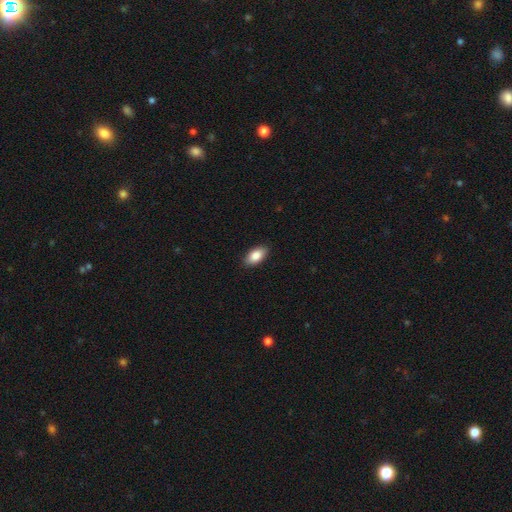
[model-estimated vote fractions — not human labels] Q: Smooth or featured?
A: smooth (85%); runner-up: featured or disk (8%)
Q: How rounded?
A: in between (92%); runner-up: cigar-shaped (4%)
Q: Merging?
A: none (89%); runner-up: minor disturbance (8%)